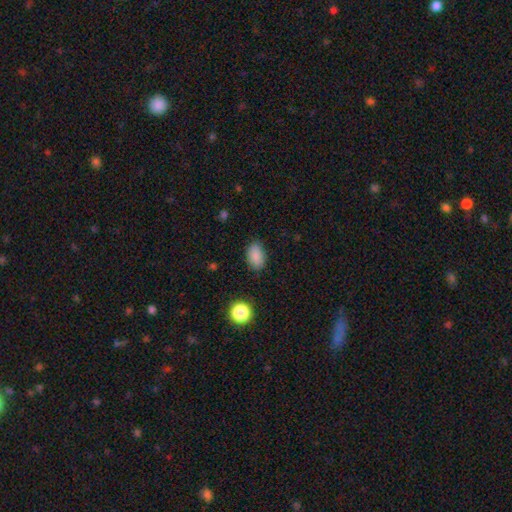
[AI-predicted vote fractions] smooth_or_featured: smooth (p=0.87) [alt: star or artifact p=0.09]
how_rounded: in between (p=0.89) [alt: round p=0.10]
merging: none (p=0.83) [alt: minor disturbance p=0.13]